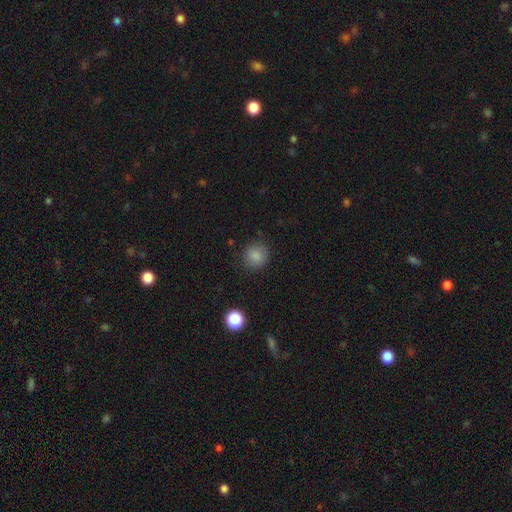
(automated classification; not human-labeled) Overall: smooth (85%). How rounded: round (87%). Merging: none (86%).